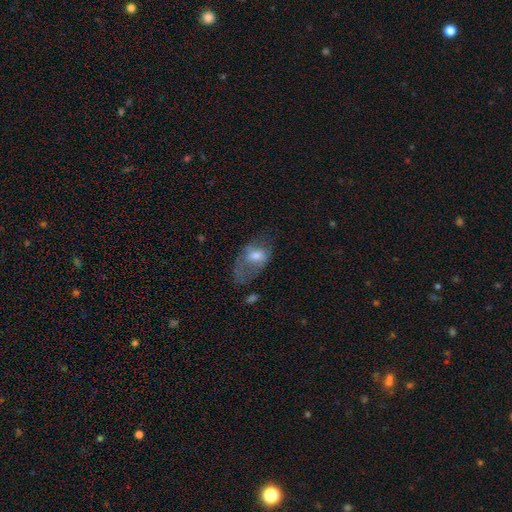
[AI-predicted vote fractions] The model was most divided on "merging": major disturbance: 39%, none: 31%, minor disturbance: 26%, merger: 4%. Remaining: smooth or featured — smooth (50%).